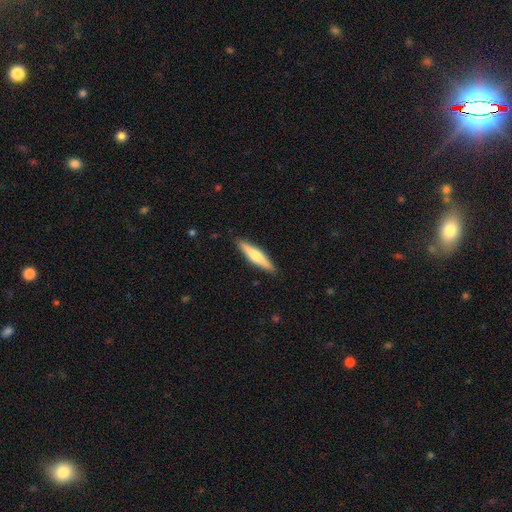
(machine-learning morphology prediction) Smooth or featured? Predicted: smooth (p=0.52). How rounded? Predicted: cigar-shaped (p=0.84). Merging? Predicted: none (p=0.90).